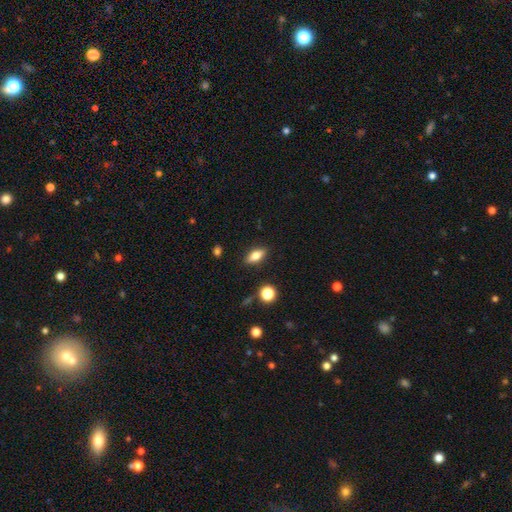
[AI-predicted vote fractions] Smooth or featured? Predicted: smooth (p=0.68). How rounded? Predicted: in between (p=0.74). Merging? Predicted: none (p=0.87).